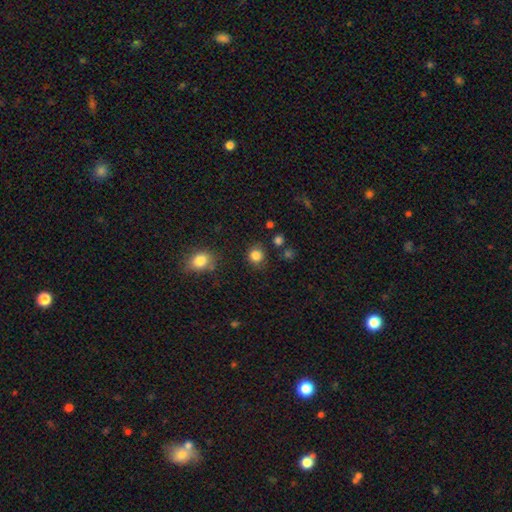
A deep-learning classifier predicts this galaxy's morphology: Overall: smooth (84%). How rounded: round (86%). Merging: none (82%).